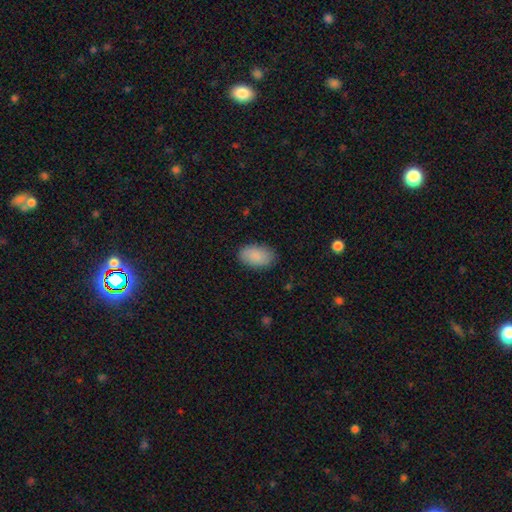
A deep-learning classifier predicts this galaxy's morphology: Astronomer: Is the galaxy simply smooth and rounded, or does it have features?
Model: smooth — 89%.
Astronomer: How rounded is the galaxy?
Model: in between — 93%.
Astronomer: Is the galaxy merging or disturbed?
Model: none — 85%.